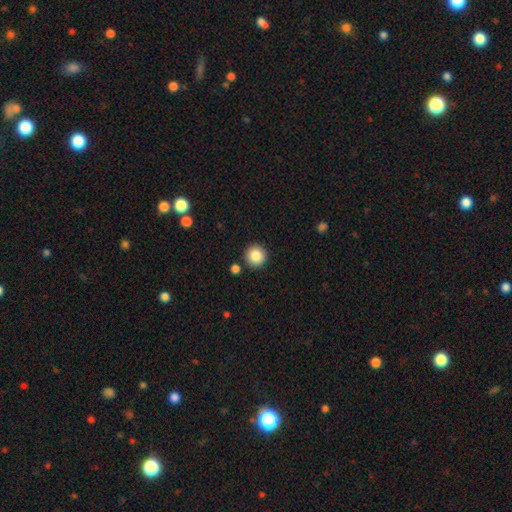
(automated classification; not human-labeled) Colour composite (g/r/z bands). It shows a smooth galaxy with no disk features (85%) that is round (94%). Merging: none (88%).